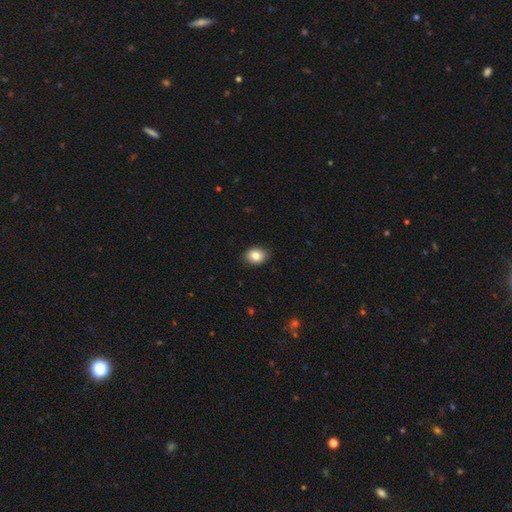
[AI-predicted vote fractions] smooth_or_featured: smooth (p=0.85) [alt: star or artifact p=0.09]
how_rounded: in between (p=0.58) [alt: round p=0.41]
merging: none (p=0.89) [alt: minor disturbance p=0.08]